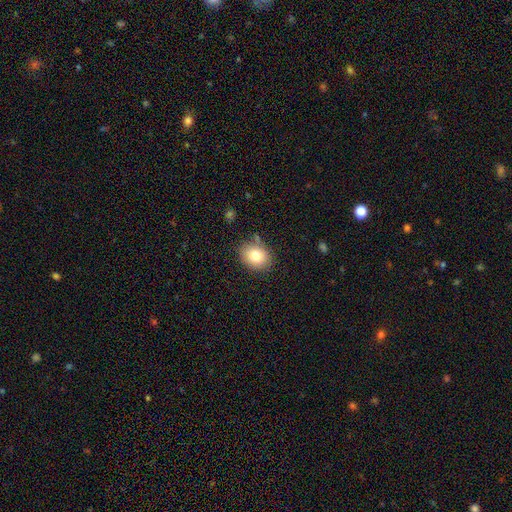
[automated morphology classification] Smooth or featured? Predicted: smooth (p=0.80). How rounded? Predicted: round (p=0.50). Merging? Predicted: none (p=0.80).